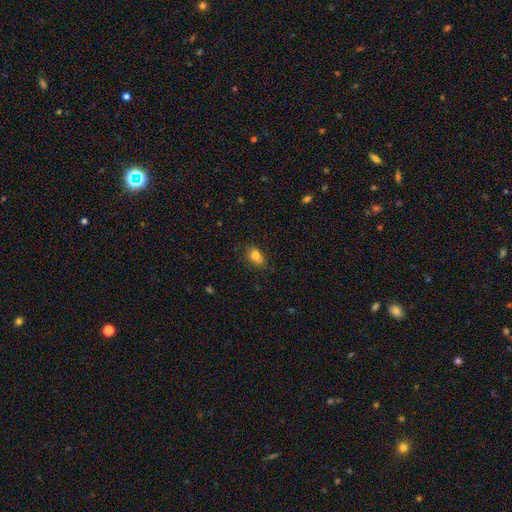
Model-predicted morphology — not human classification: Smooth or featured? smooth (82%)
How rounded? in between (80%)
Merging? none (82%)